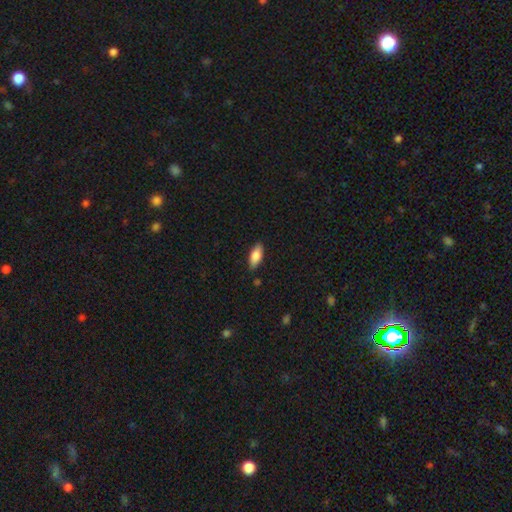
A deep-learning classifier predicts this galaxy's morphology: Smooth or featured? smooth (82%)
How rounded? in between (83%)
Merging? none (85%)